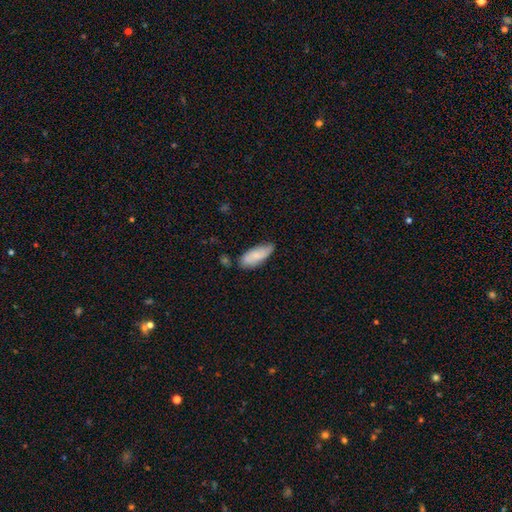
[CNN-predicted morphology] Overall: smooth (78%). How rounded: in between (79%). Merging: none (66%; minor disturbance 27%).